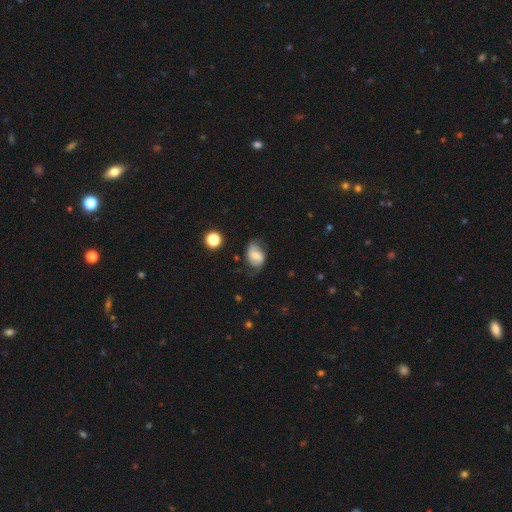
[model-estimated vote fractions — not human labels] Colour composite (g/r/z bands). It shows a smooth galaxy with no disk features (49%). Merging: none (59%).